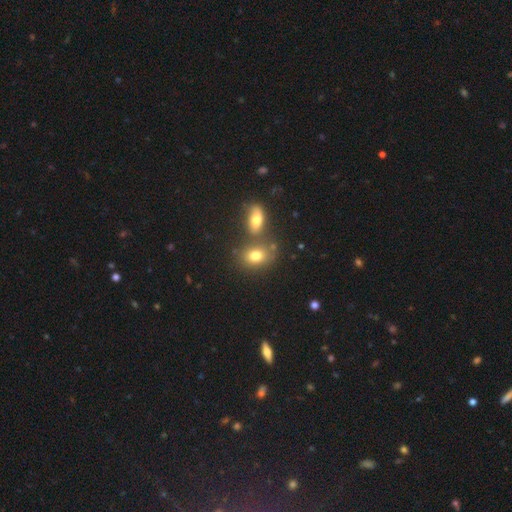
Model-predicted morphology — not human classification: Smooth or featured: smooth — 76% (featured or disk — 12%)
How rounded: in between — 66% (round — 32%)
Merging: none — 56% (merger — 29%)